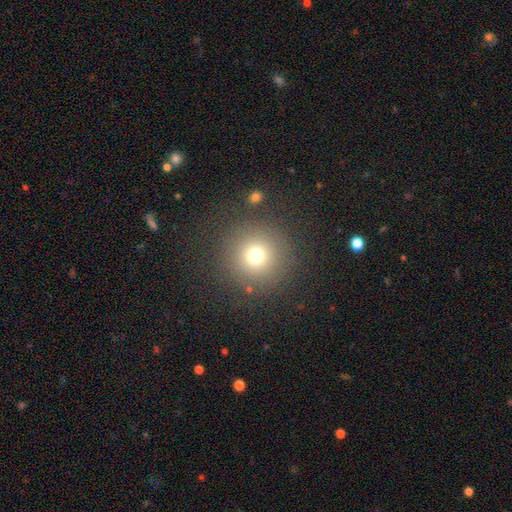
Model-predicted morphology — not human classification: Smooth or featured: smooth — 72% (star or artifact — 18%)
How rounded: round — 96% (in between — 3%)
Merging: none — 86% (minor disturbance — 7%)